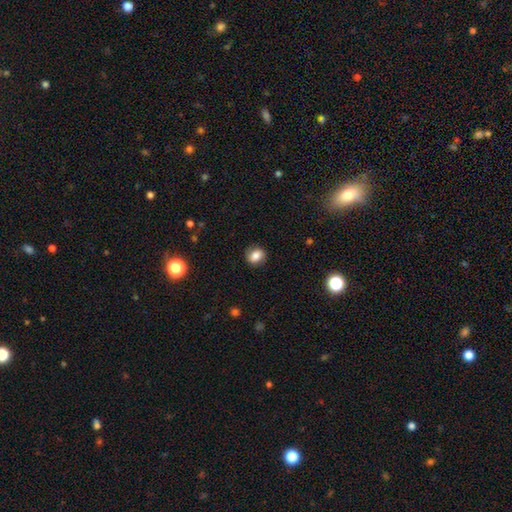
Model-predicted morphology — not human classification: A smooth galaxy with no disk features (75%) that is round (59%). Merging: none (84%).